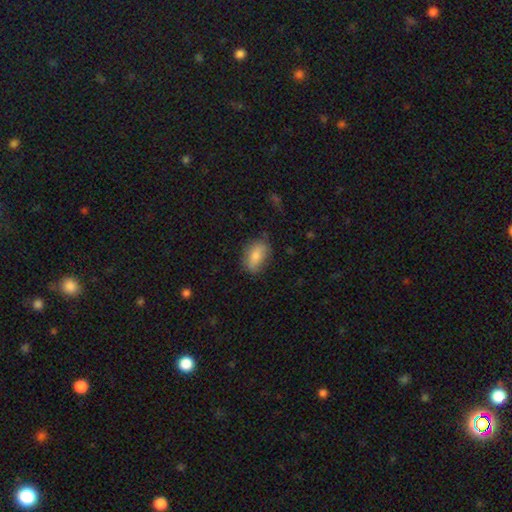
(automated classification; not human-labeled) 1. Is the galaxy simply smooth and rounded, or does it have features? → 79% smooth, 14% featured or disk, 7% star or artifact.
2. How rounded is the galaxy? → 87% in between, 9% round, 4% cigar-shaped.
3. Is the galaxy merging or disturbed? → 74% none, 20% minor disturbance, 4% major disturbance, 1% merger.